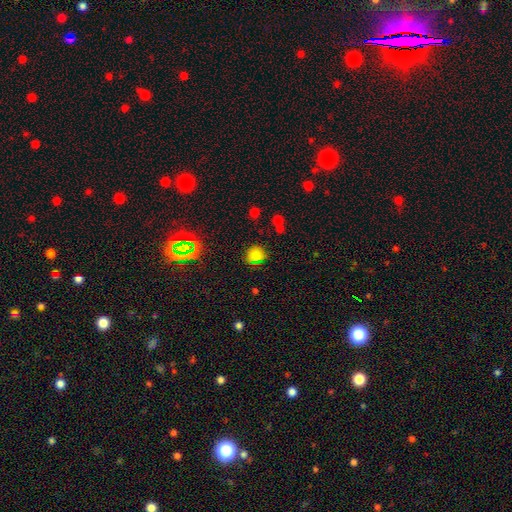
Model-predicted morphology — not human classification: Smooth or featured?
  - smooth: 72% *
  - star or artifact: 22%
  - featured or disk: 7%
How rounded?
  - round: 82% *
  - in between: 17%
  - cigar-shaped: 1%
Merging?
  - none: 72% *
  - minor disturbance: 18%
  - major disturbance: 5%
  - merger: 5%